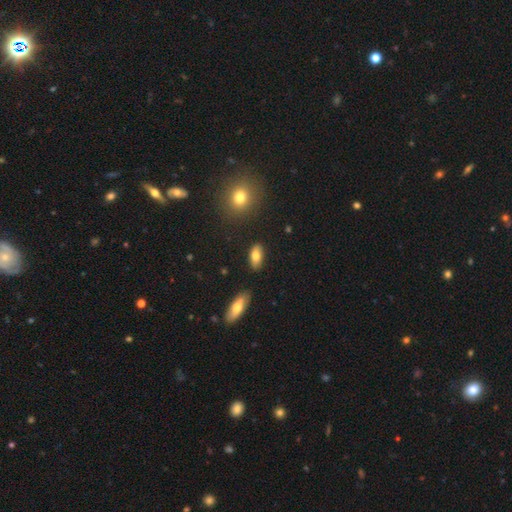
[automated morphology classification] Smooth or featured: smooth — 75% (featured or disk — 17%)
How rounded: in between — 87% (cigar-shaped — 9%)
Merging: none — 86% (minor disturbance — 10%)